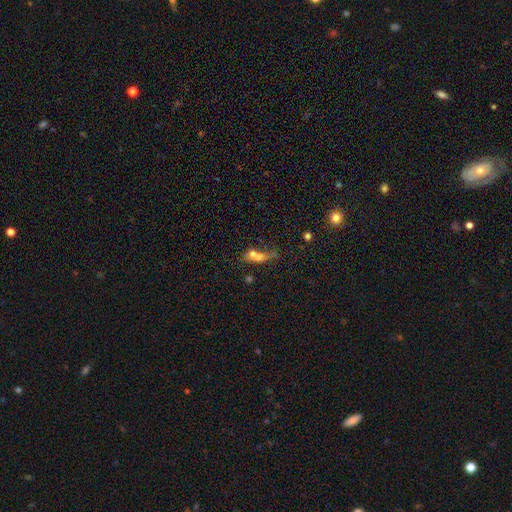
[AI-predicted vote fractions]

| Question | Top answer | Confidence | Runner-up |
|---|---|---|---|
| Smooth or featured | smooth | 58% | featured or disk (27%) |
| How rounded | in between | 56% | cigar-shaped (24%) |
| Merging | merger | 48% | none (25%) |